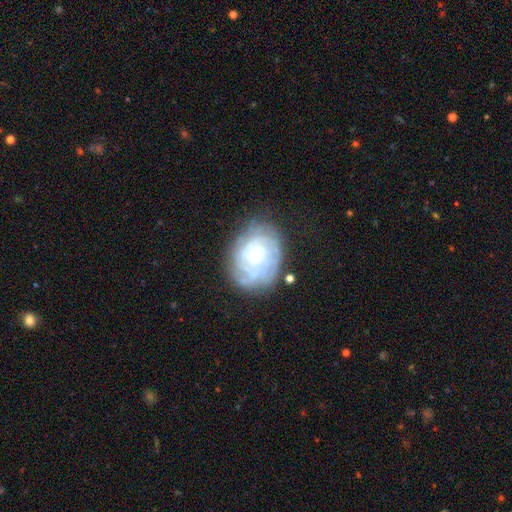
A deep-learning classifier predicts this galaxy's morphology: This is likely a featured or disk galaxy (78%). It is clearly not viewed edge-on (97%). Bar: likely no (74%). Spiral arm pattern: clearly yes (89%). Spiral arm count: possibly can't tell (49%). Spiral winding: likely tight (76%). Central bulge: likely small (69%). Merging: likely none (72%).